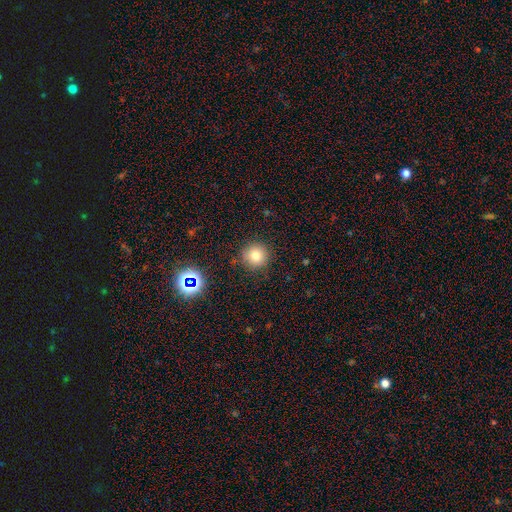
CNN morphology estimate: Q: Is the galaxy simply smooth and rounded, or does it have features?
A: smooth — 75%.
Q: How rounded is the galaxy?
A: round — 95%.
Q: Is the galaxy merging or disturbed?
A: none — 88%.